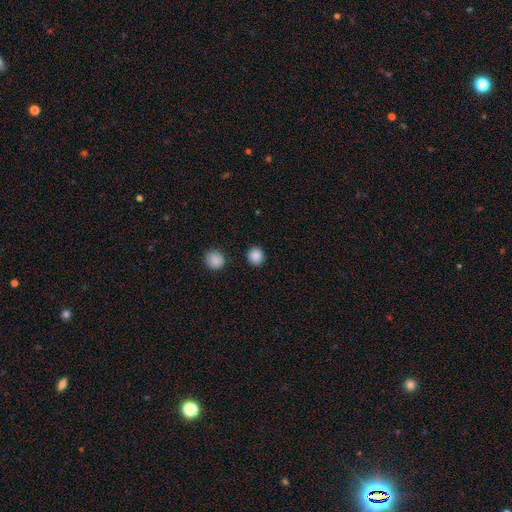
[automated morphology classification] This appears to be a smooth galaxy with no disk features (87%) that is round (89%). Merging: none (89%).